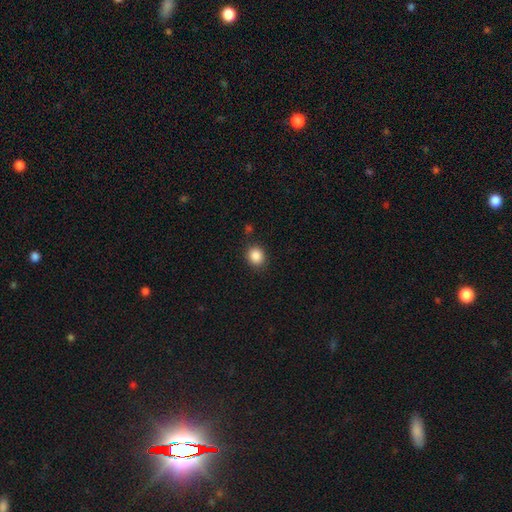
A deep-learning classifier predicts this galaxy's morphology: Smooth or featured: smooth — 87% (star or artifact — 10%)
How rounded: round — 75% (in between — 24%)
Merging: none — 86% (minor disturbance — 9%)